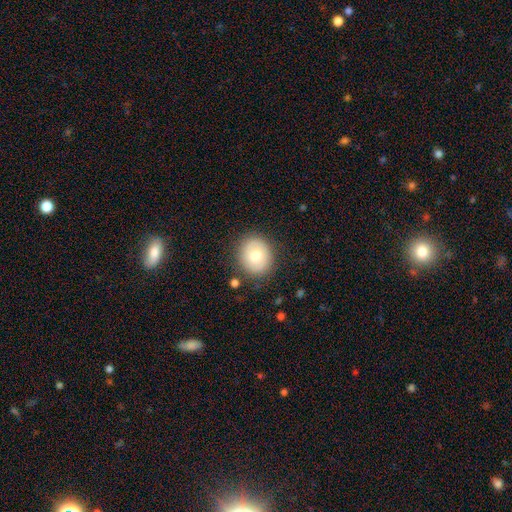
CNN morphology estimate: This appears to be a smooth galaxy with no disk features (70%) that is round (76%). Merging: none (84%).